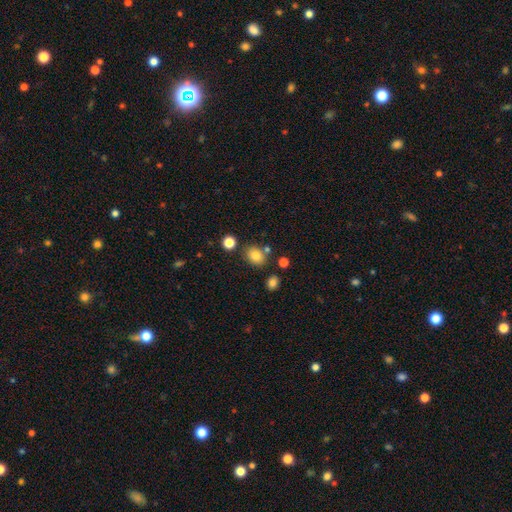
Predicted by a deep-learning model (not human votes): Smooth or featured?
  - smooth: 83% *
  - star or artifact: 11%
  - featured or disk: 6%
How rounded?
  - in between: 52% *
  - round: 47%
  - cigar-shaped: 1%
Merging?
  - none: 75% *
  - minor disturbance: 12%
  - merger: 8%
  - major disturbance: 4%